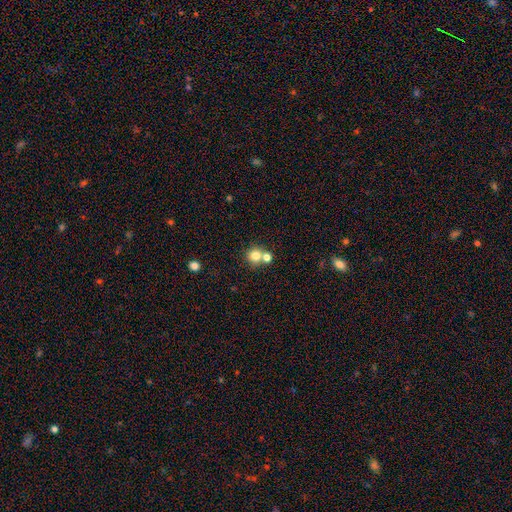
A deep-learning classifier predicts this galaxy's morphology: Smooth or featured?
  - smooth: 78% *
  - star or artifact: 12%
  - featured or disk: 10%
How rounded?
  - round: 88% *
  - in between: 11%
  - cigar-shaped: 1%
Merging?
  - none: 52% *
  - merger: 38%
  - minor disturbance: 7%
  - major disturbance: 3%